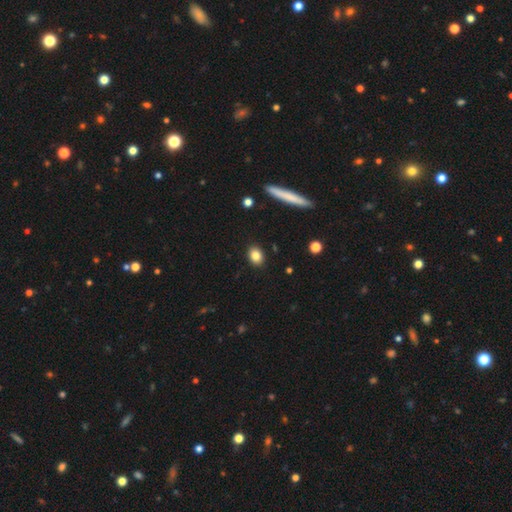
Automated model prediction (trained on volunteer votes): Morphology: type=smooth (83%); roundness=in between (57%); merging=none (90%).